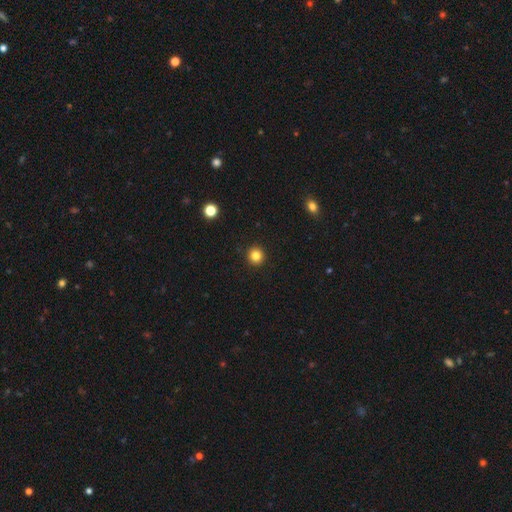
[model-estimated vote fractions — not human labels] The model was most divided on "smooth or featured": smooth: 83%, star or artifact: 12%, featured or disk: 5%. More confident: how rounded — round (94%); merging — none (93%).